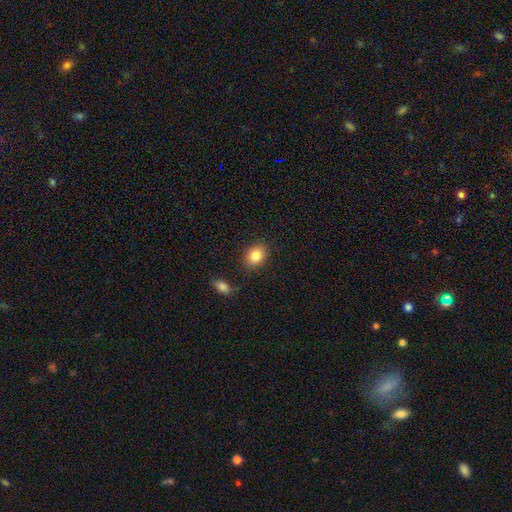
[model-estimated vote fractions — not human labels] Q: Smooth or featured?
A: smooth (85%); runner-up: star or artifact (8%)
Q: How rounded?
A: in between (69%); runner-up: round (30%)
Q: Merging?
A: none (82%); runner-up: minor disturbance (11%)